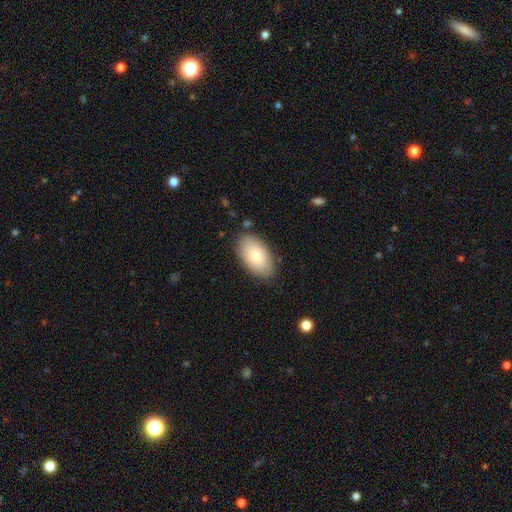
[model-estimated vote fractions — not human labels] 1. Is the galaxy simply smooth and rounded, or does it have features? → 76% smooth, 17% featured or disk, 7% star or artifact.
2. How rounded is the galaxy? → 94% in between, 4% round, 2% cigar-shaped.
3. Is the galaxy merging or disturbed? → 85% none, 11% minor disturbance, 2% major disturbance, 2% merger.